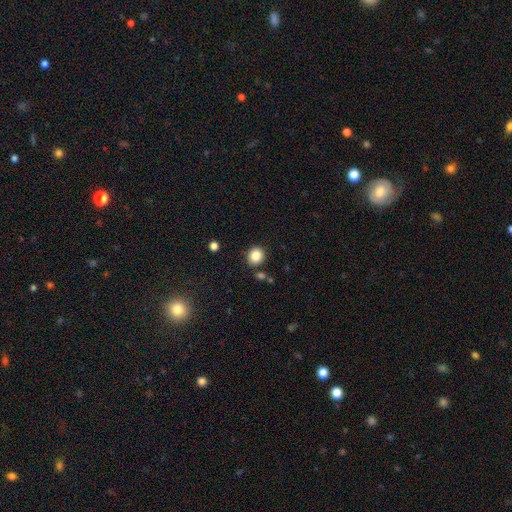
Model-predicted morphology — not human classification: The model was most divided on "how rounded": round: 84%, in between: 15%, cigar-shaped: 1%. More confident: merging — none (86%); smooth or featured — smooth (84%).